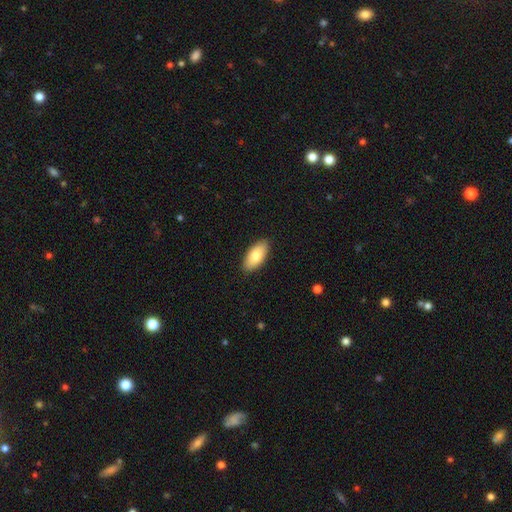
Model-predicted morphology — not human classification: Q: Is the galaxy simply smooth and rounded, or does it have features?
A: smooth — 80%.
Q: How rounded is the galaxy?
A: in between — 90%.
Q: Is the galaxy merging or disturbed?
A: none — 89%.